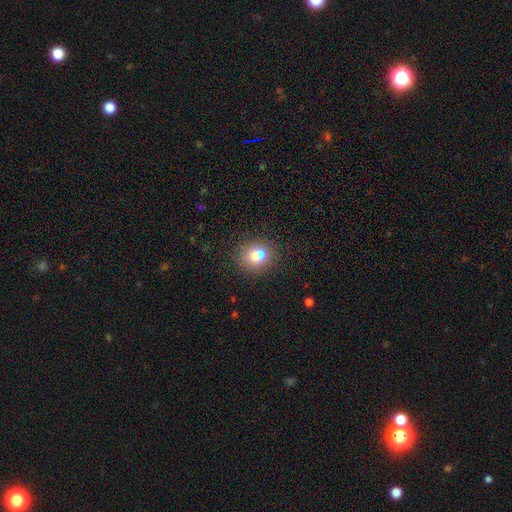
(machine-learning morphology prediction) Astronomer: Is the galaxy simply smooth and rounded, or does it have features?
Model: smooth — 79%.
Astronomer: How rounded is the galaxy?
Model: round — 57% (runner-up: in between, 42%).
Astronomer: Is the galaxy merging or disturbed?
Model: none — 72%.